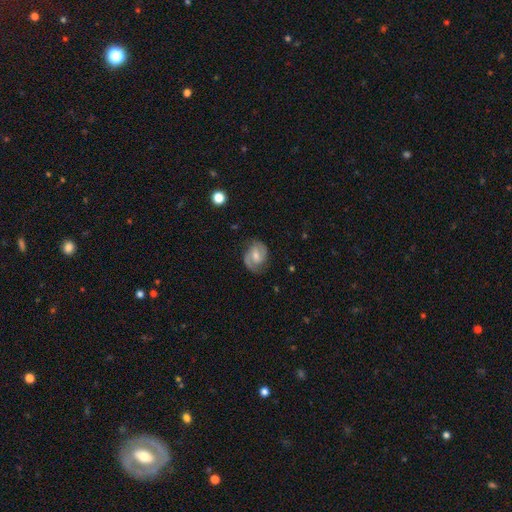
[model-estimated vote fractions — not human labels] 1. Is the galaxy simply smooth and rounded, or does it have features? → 79% featured or disk, 15% smooth, 6% star or artifact.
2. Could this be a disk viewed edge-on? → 97% no, 3% yes.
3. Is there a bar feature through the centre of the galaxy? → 53% weak, 26% no, 21% strong.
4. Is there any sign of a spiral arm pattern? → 95% yes, 5% no.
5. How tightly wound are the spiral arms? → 50% medium, 34% tight, 15% loose.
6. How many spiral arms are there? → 88% 2, 6% can't tell, 3% 1, 1% 3, 1% 4, 1% more than 4.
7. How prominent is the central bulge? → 53% moderate, 35% small, 6% none, 5% large, 1% dominant.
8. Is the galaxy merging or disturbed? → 77% none, 16% minor disturbance, 6% major disturbance, 1% merger.